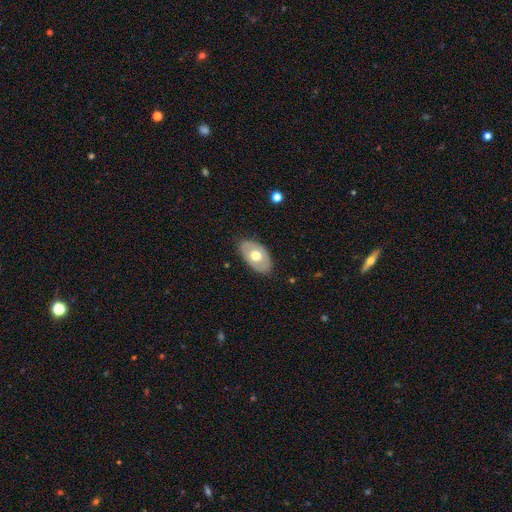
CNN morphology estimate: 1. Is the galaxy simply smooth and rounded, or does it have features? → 49% featured or disk, 46% smooth, 5% star or artifact.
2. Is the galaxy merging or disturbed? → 82% none, 14% minor disturbance, 3% major disturbance, 1% merger.